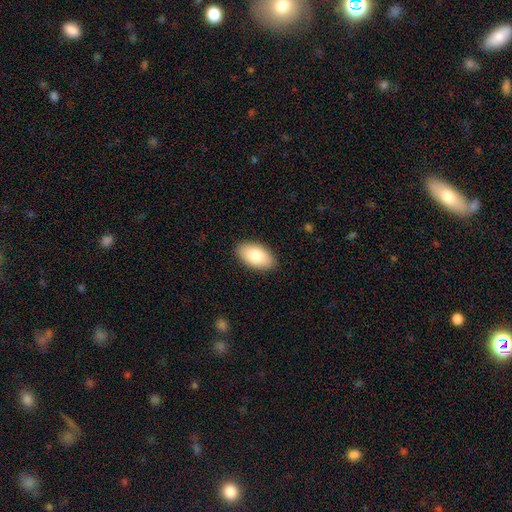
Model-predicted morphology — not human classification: Smooth or featured: smooth — 82% (featured or disk — 12%)
How rounded: in between — 95% (round — 3%)
Merging: none — 88% (minor disturbance — 9%)